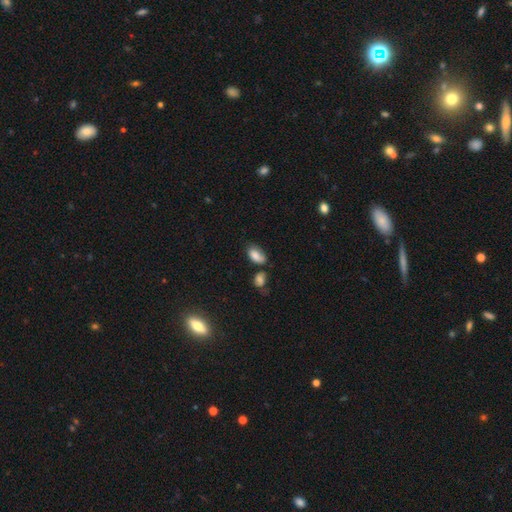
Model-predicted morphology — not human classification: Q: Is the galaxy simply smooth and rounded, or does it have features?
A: smooth — 83%.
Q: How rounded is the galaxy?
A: in between — 93%.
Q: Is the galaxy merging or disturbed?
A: none — 48%.